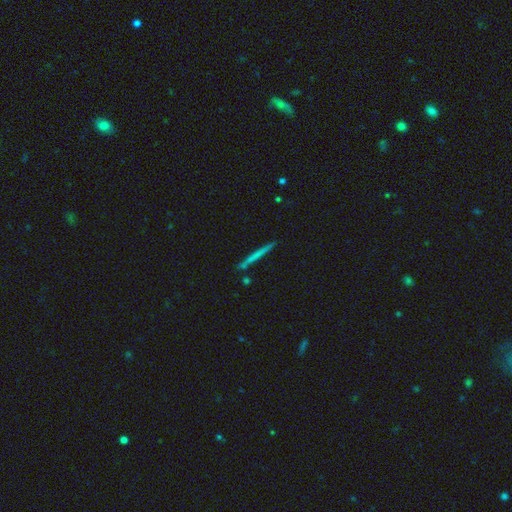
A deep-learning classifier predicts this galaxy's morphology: type=smooth (53%); roundness=cigar-shaped (96%); merging=none (87%).